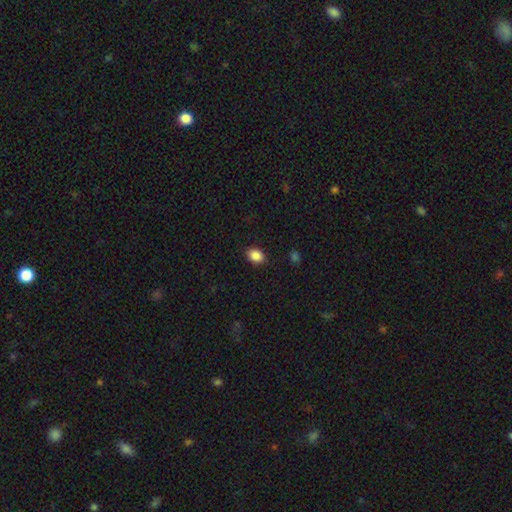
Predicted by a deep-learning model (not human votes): A smooth galaxy with no disk features (88%) that is in between round and cigar-shaped (72%). Merging: none (88%).